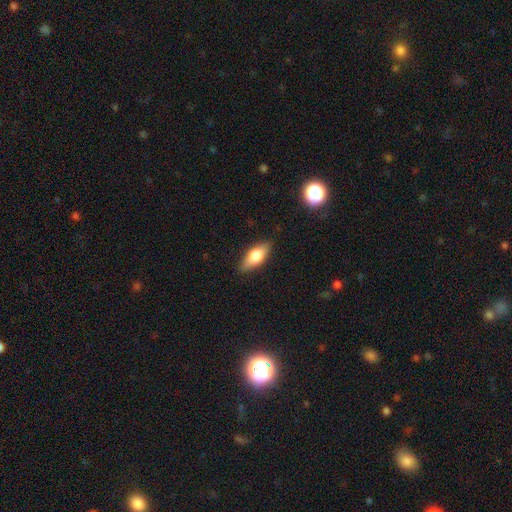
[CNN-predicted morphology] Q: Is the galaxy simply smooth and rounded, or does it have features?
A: smooth — 68%.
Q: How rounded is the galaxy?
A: in between — 75%.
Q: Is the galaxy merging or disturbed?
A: none — 86%.